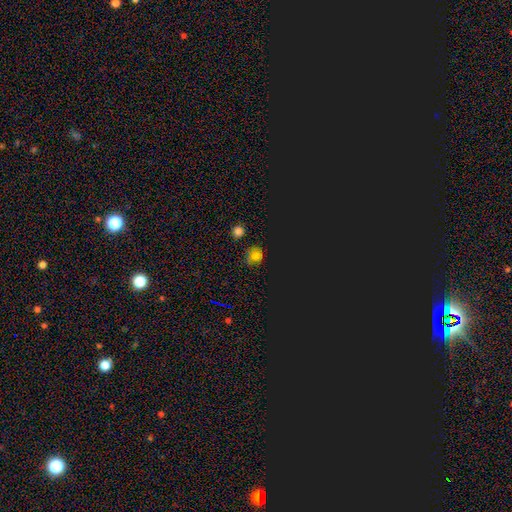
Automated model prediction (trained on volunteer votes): Smooth or featured: smooth — 50% (star or artifact — 39%)
How rounded: round — 85% (in between — 14%)
Merging: none — 78% (minor disturbance — 14%)